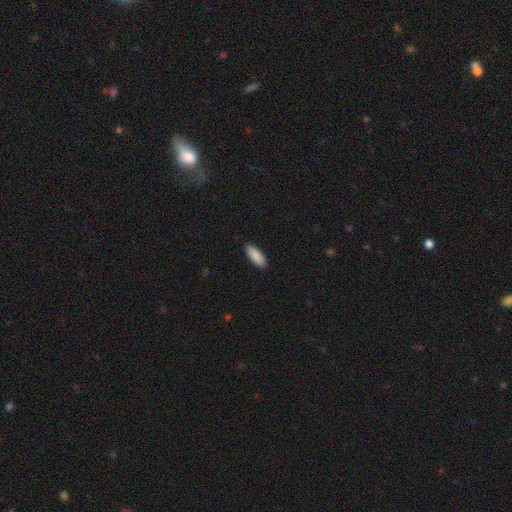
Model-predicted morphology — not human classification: smooth_or_featured: smooth (p=0.90) [alt: star or artifact p=0.06]
how_rounded: in between (p=0.77) [alt: cigar-shaped p=0.21]
merging: none (p=0.90) [alt: minor disturbance p=0.07]